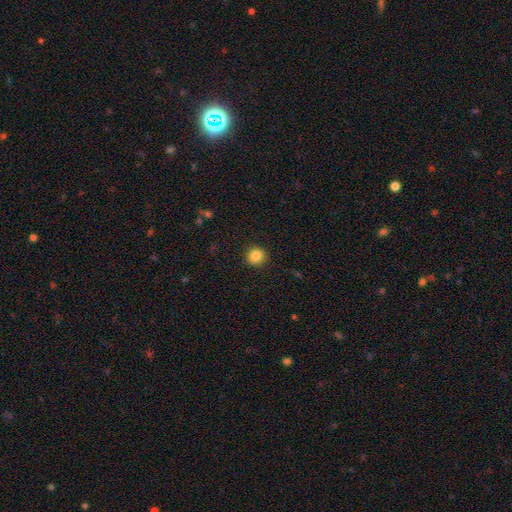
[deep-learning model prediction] This is clearly a smooth galaxy (85%). How rounded: clearly round (90%). Merging: clearly none (91%).